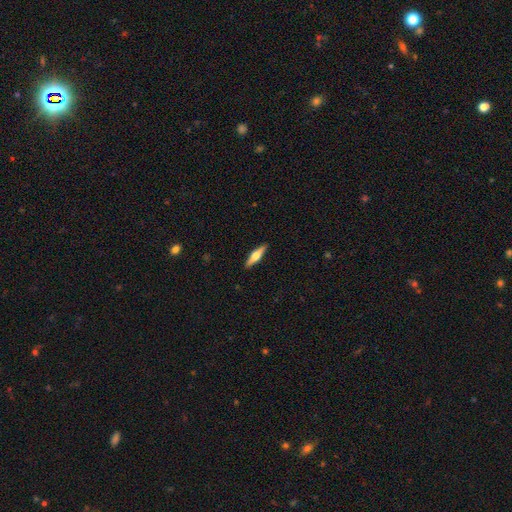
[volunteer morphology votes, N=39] featured or disk 72%, smooth 28%, star or artifact 0%. Down the decision tree: edge-on disk — yes (100%); edge-on bulge — rounded (93%); merging — none (95%).